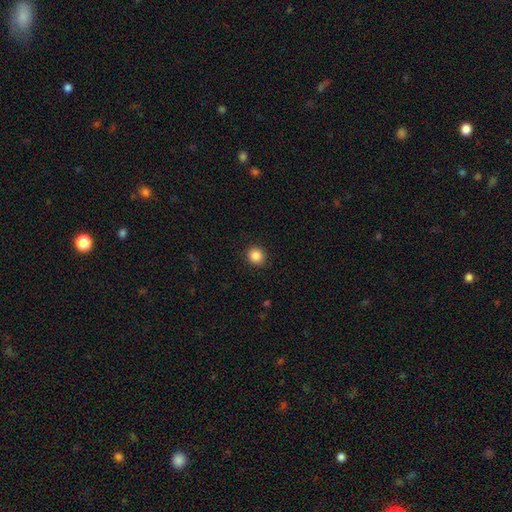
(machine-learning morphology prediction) Smooth or featured? Predicted: smooth (p=0.87). How rounded? Predicted: round (p=0.87). Merging? Predicted: none (p=0.91).